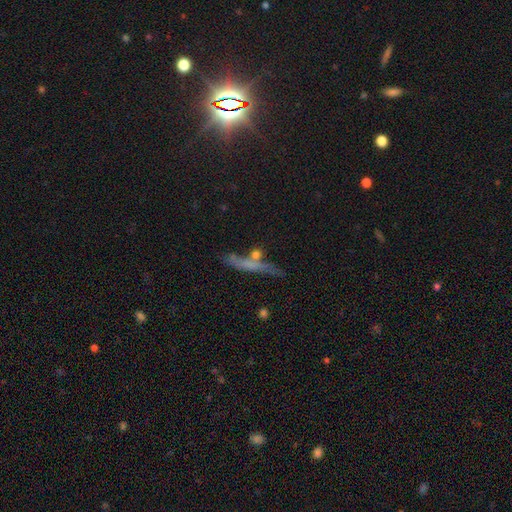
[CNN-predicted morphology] A smooth galaxy with no disk features (54%) that is cigar-shaped (67%). Merging: none (56%).